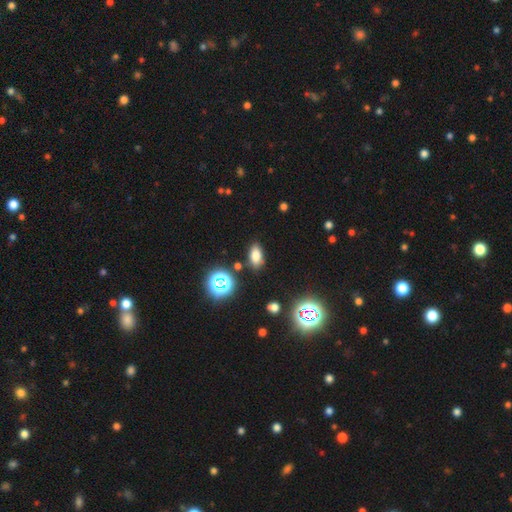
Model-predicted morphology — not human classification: type=smooth (74%); roundness=in between (87%); merging=none (84%).